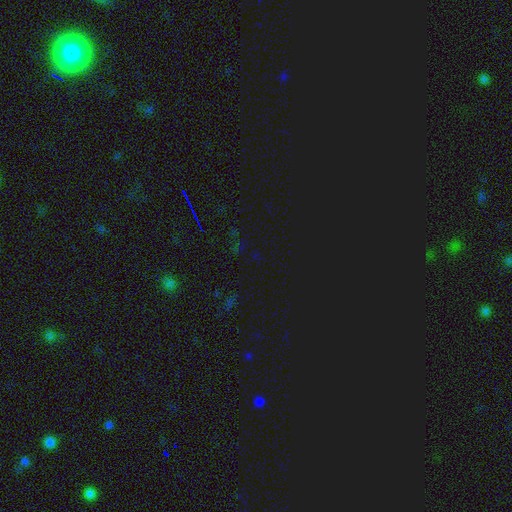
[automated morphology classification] A star or artifact, not a galaxy (79%).

Vote fractions:
- Smooth or featured? star or artifact: 79% / smooth: 14% / featured or disk: 7%